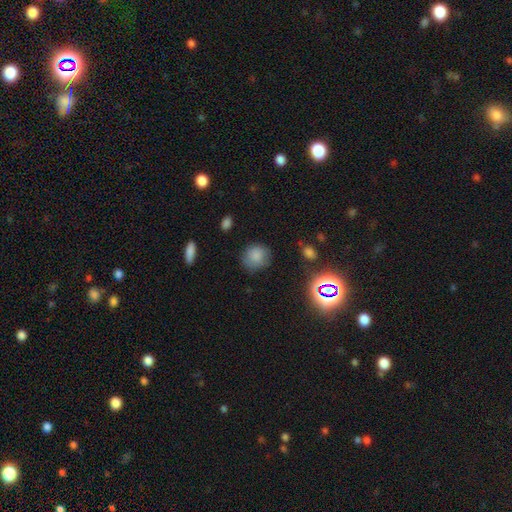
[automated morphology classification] Smooth or featured? smooth (81%)
How rounded? round (83%)
Merging? none (78%)